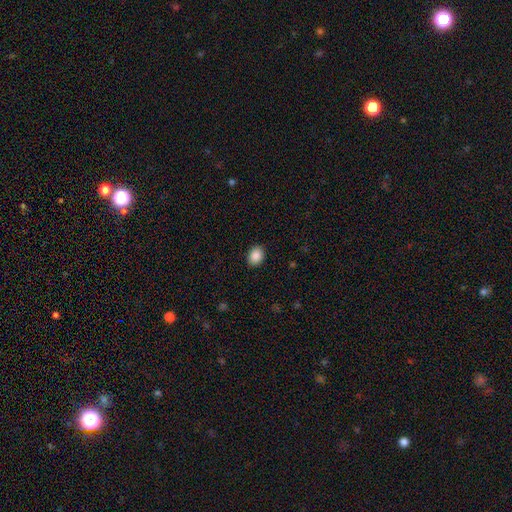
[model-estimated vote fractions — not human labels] Morphology: type=smooth (89%); roundness=in between (63%); merging=none (90%).